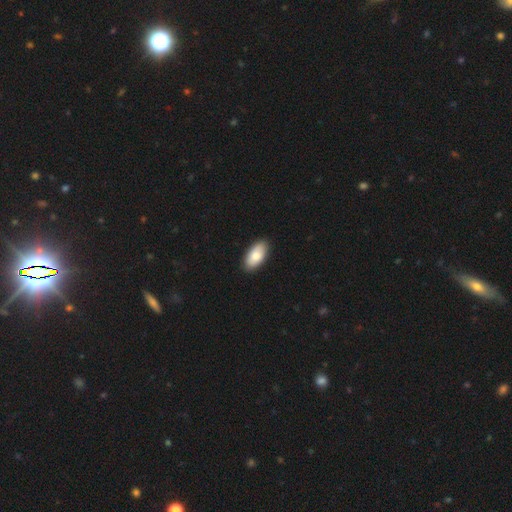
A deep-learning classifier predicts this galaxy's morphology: type=smooth (83%); roundness=in between (93%); merging=none (90%).